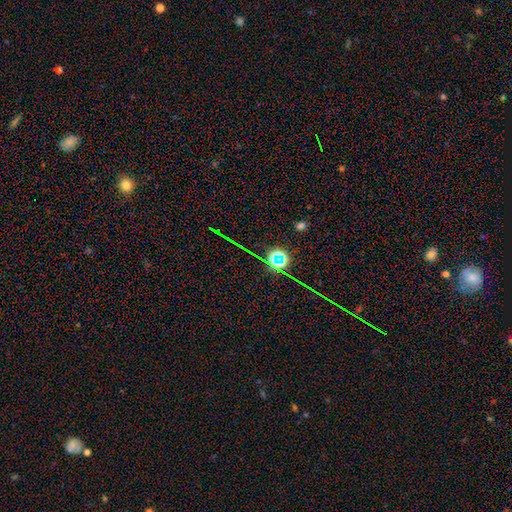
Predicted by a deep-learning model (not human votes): star or artifact 77%, smooth 14%, featured or disk 9%.